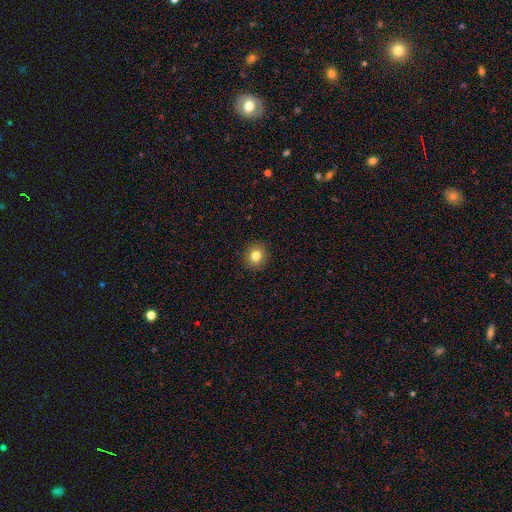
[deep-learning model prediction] smooth_or_featured: smooth (p=0.82) [alt: star or artifact p=0.11]
how_rounded: round (p=0.86) [alt: in between p=0.13]
merging: none (p=0.91) [alt: minor disturbance p=0.06]